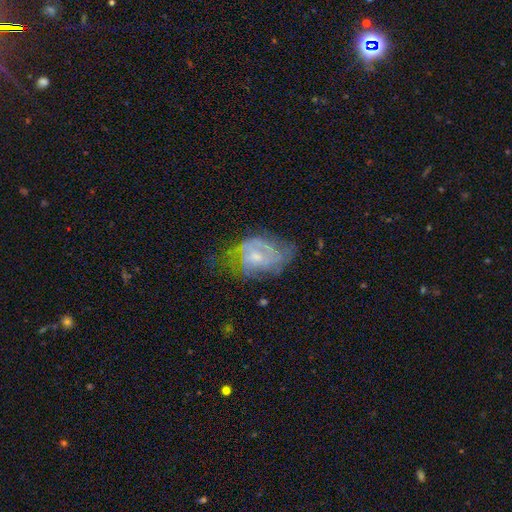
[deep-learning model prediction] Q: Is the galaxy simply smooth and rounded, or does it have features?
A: featured or disk — 70%.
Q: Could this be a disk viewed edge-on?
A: no — 97%.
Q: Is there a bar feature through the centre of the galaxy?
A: no — 61%.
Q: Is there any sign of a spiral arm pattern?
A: yes — 72%.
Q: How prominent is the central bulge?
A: small — 53%.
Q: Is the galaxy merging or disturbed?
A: none — 41%.